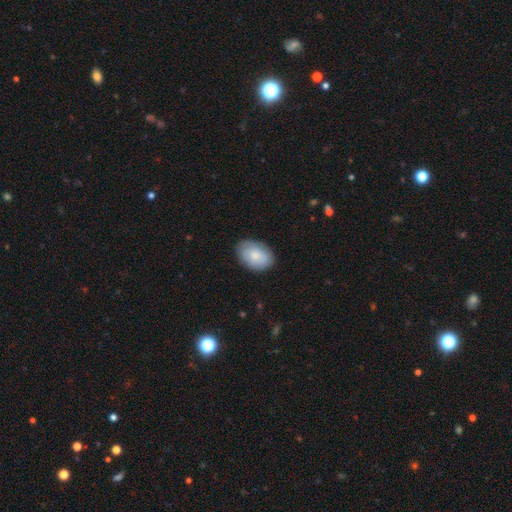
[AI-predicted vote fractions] The model was most divided on "smooth or featured": smooth: 81%, featured or disk: 14%, star or artifact: 6%. More confident: how rounded — in between (86%); merging — none (83%).